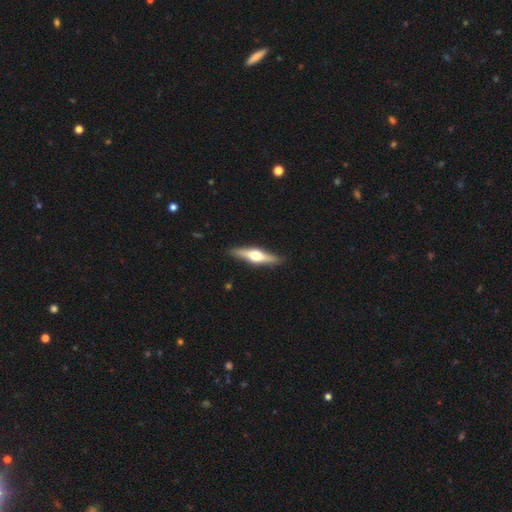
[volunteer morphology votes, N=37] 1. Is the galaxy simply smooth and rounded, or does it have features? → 68% featured or disk, 30% smooth, 3% star or artifact.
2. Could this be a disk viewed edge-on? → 92% yes, 8% no.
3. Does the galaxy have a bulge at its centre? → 96% rounded, 4% none, 0% boxy.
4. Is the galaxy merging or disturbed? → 86% none, 11% minor disturbance, 3% major disturbance, 0% merger.